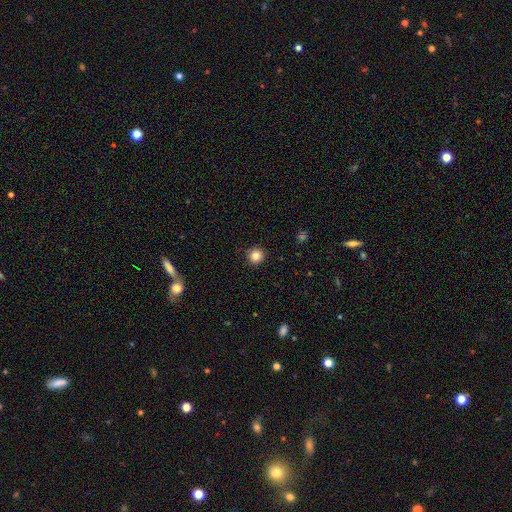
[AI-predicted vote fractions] The model was most divided on "smooth or featured": smooth: 83%, star or artifact: 11%, featured or disk: 5%. More confident: how rounded — round (94%); merging — none (91%).